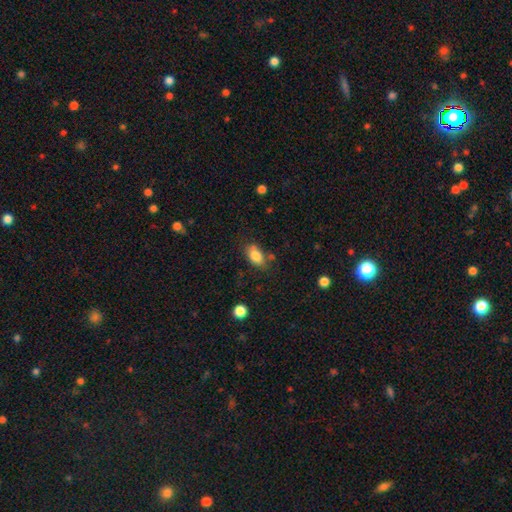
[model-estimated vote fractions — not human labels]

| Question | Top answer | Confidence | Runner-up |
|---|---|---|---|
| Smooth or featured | smooth | 83% | featured or disk (9%) |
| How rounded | in between | 88% | round (9%) |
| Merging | none | 69% | minor disturbance (21%) |